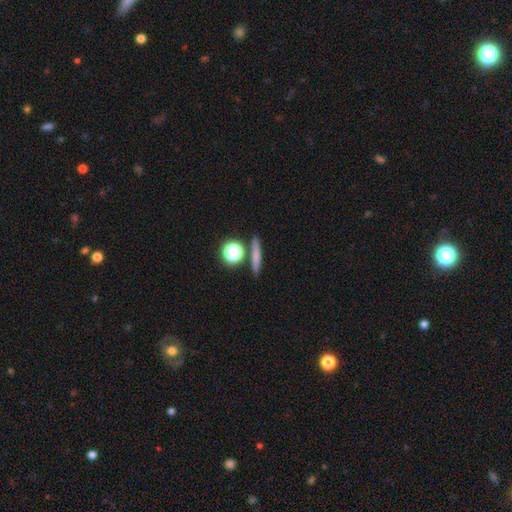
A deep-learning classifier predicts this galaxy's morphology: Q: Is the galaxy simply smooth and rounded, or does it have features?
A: smooth — 66%.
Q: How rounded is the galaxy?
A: cigar-shaped — 67%.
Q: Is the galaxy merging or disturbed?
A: none — 83%.